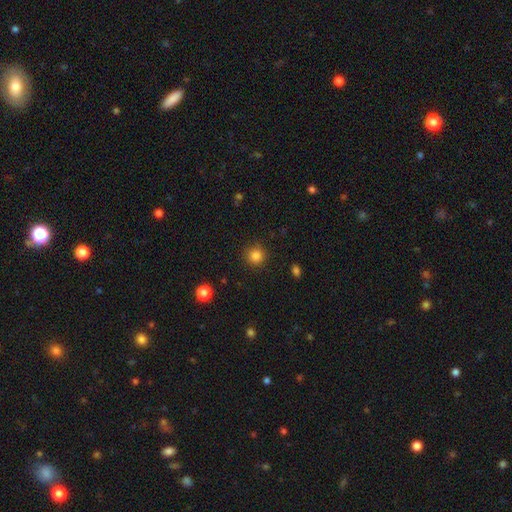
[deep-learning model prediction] smooth 84%, star or artifact 12%, featured or disk 4%. Down the decision tree: how rounded — round (94%); merging — none (89%).